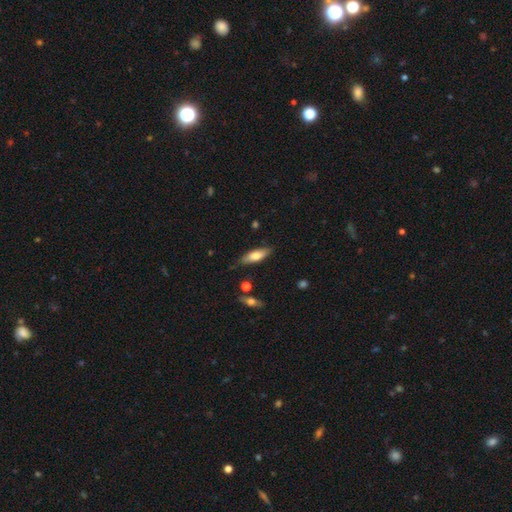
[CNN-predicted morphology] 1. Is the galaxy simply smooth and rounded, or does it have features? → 72% smooth, 22% featured or disk, 6% star or artifact.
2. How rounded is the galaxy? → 55% in between, 43% cigar-shaped, 2% round.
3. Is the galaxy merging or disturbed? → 79% none, 16% minor disturbance, 3% major disturbance, 2% merger.